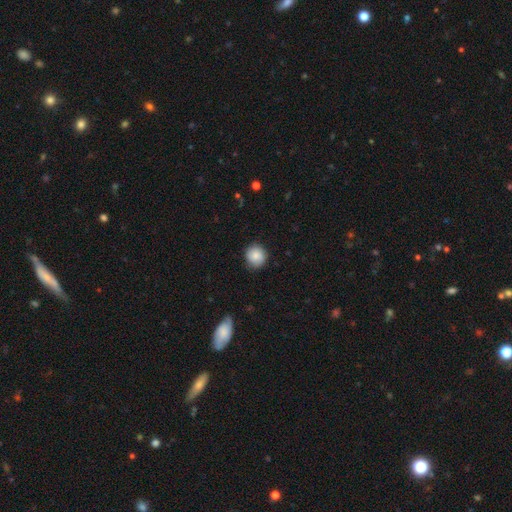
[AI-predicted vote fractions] The model was most divided on "merging": none: 82%, minor disturbance: 14%, major disturbance: 3%, merger: 1%. More confident: how rounded — round (90%); smooth or featured — smooth (82%).